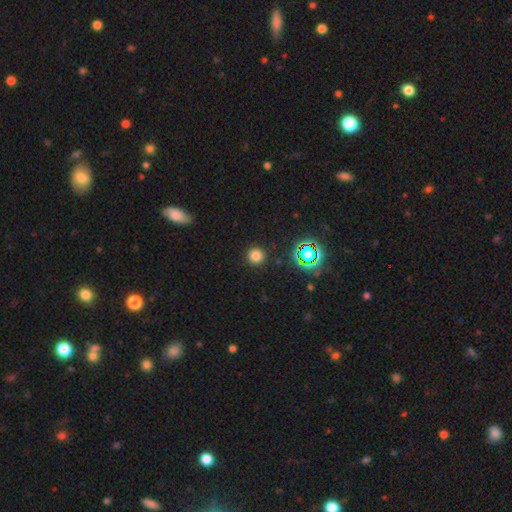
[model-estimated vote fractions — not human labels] smooth 77%, star or artifact 18%, featured or disk 5%. Down the decision tree: how rounded — round (95%); merging — none (91%).